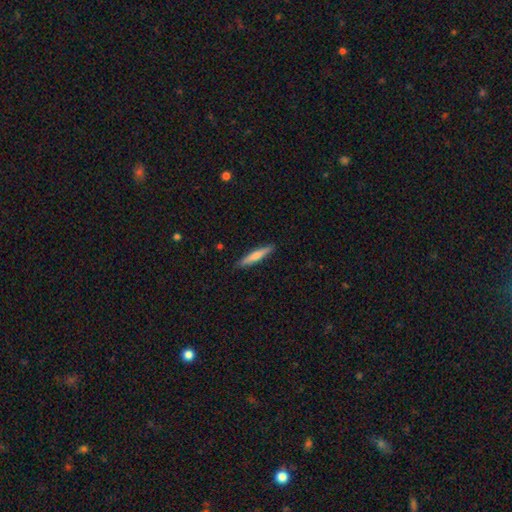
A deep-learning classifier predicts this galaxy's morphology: smooth-or-featured: smooth: 64% | featured or disk: 30% | star or artifact: 5%
  how-rounded: cigar-shaped: 92% | in between: 7% | round: 1%
  merging: none: 90% | minor disturbance: 8% | major disturbance: 1% | merger: 1%